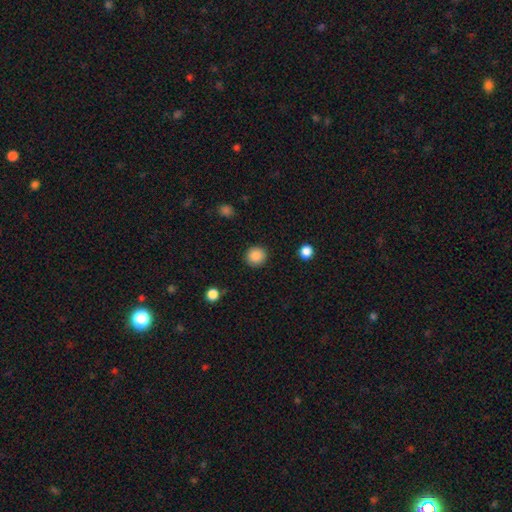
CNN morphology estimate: A smooth galaxy with no disk features (88%) that is round (92%). Merging: none (91%).